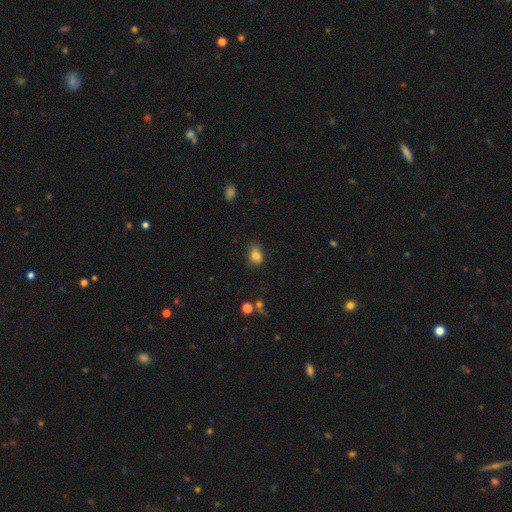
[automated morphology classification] Overall: smooth (82%). How rounded: in between (64%; round 34%). Merging: none (66%; minor disturbance 26%).